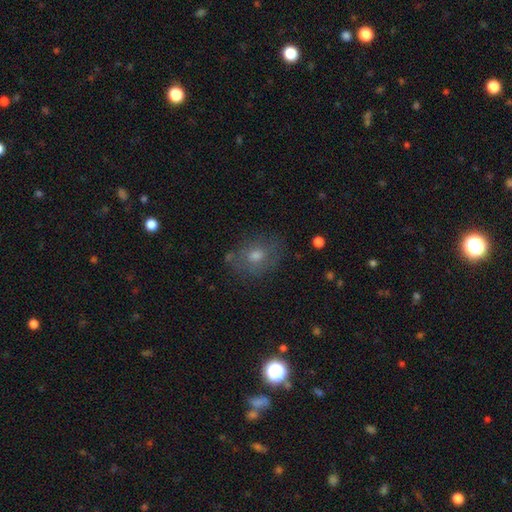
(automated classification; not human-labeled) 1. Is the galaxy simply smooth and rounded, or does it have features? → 55% smooth, 26% featured or disk, 18% star or artifact.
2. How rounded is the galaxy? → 49% in between (tied), 49% round (tied), 1% cigar-shaped.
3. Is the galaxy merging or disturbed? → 73% none, 17% minor disturbance, 8% major disturbance, 2% merger.